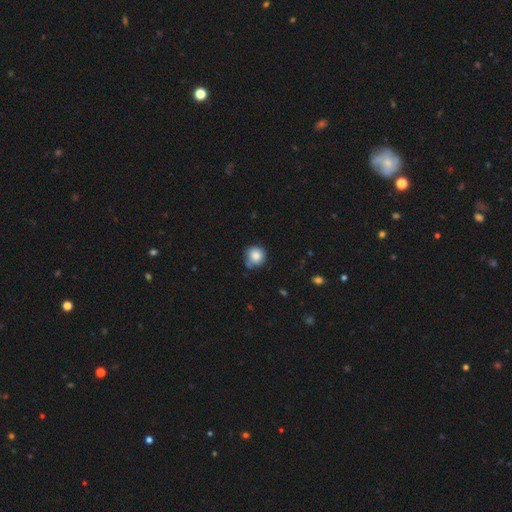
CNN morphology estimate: Overall: smooth (83%). How rounded: round (91%). Merging: none (70%).